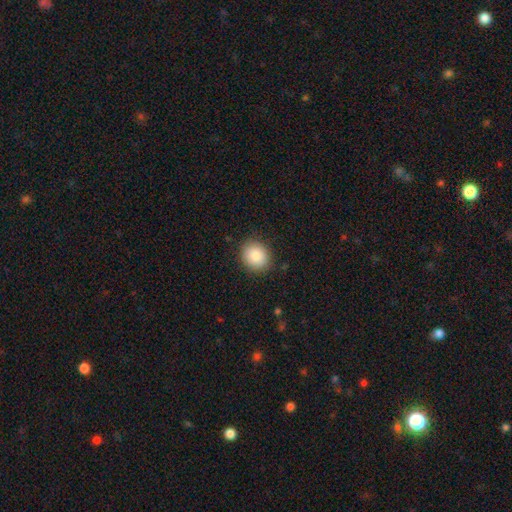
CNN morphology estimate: This appears to be a smooth galaxy with no disk features (87%) that is round (72%). Merging: none (88%).